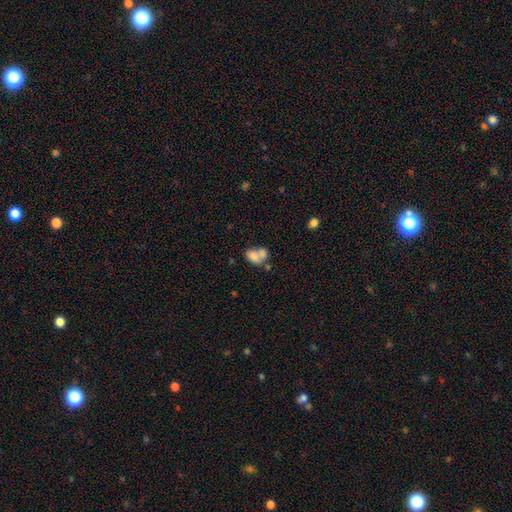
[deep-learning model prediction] This is likely a smooth galaxy (71%). How rounded: likely in between (75%). Merging: likely merger (64%).